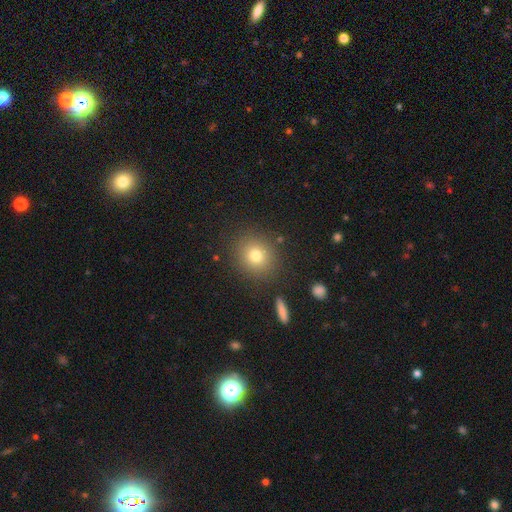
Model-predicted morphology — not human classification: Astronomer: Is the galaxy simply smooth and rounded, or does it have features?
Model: smooth — 76%.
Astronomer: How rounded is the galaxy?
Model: round — 84%.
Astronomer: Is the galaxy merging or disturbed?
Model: none — 86%.